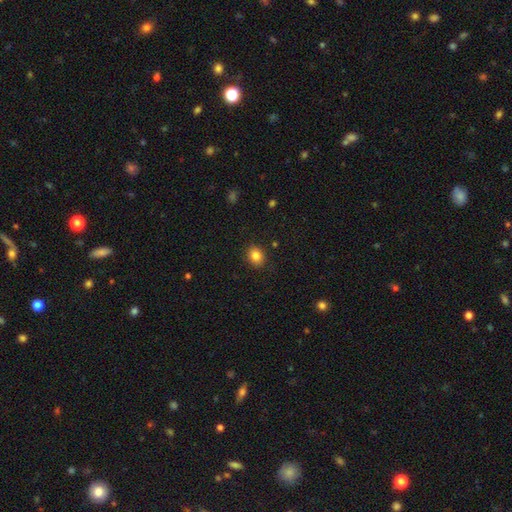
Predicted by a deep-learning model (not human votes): Overall: smooth (84%). How rounded: round (64%; in between 35%). Merging: none (90%).